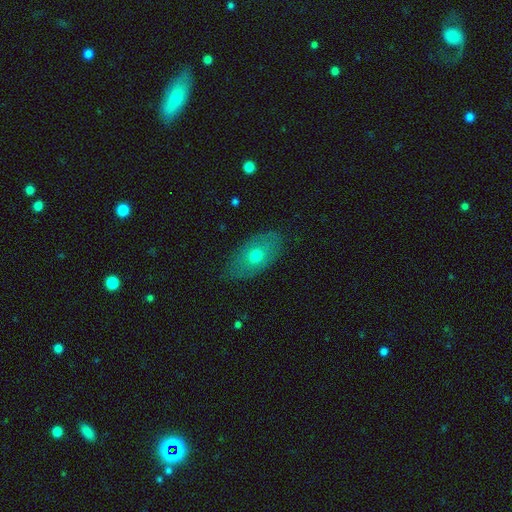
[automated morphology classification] Smooth or featured: smooth — 56% (featured or disk — 36%)
How rounded: in between — 90% (round — 7%)
Merging: none — 77% (minor disturbance — 18%)